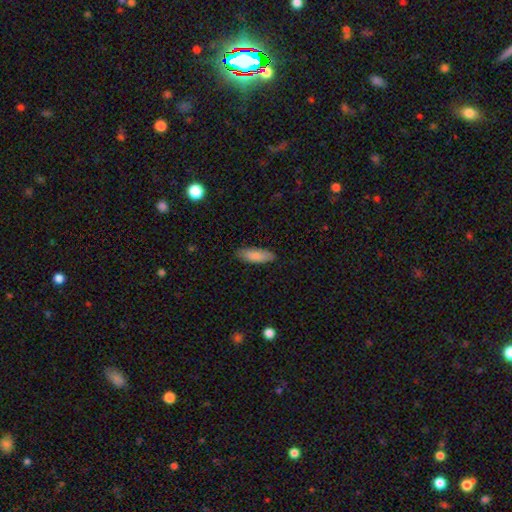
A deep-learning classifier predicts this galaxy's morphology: The model was most divided on "how rounded": in between: 67%, cigar-shaped: 31%, round: 2%. More confident: smooth or featured — smooth (87%); merging — none (84%).